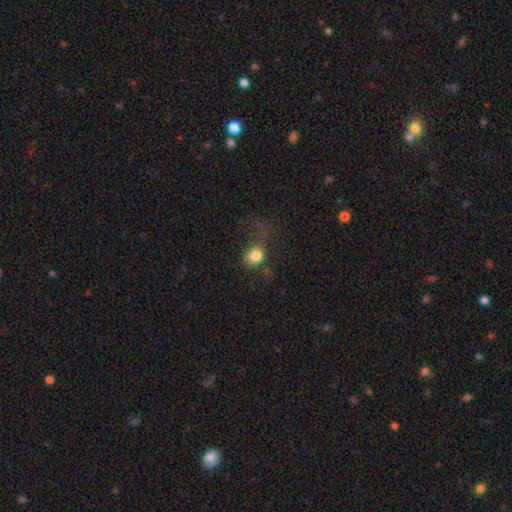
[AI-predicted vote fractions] smooth 80%, star or artifact 11%, featured or disk 9%. Down the decision tree: how rounded — round (70%); merging — none (45%).